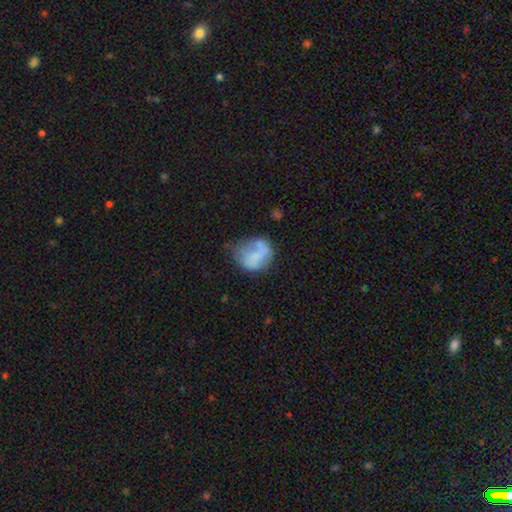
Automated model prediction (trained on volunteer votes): Smooth or featured: smooth — 61% (featured or disk — 30%)
How rounded: round — 60% (in between — 39%)
Merging: none — 39% (minor disturbance — 31%)